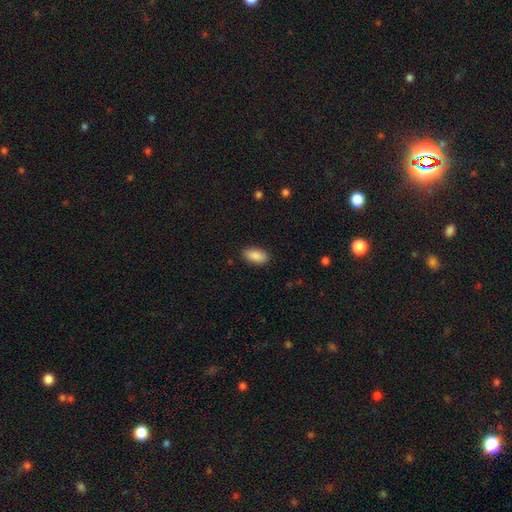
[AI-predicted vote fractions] smooth_or_featured: smooth (p=0.88) [alt: star or artifact p=0.07]
how_rounded: in between (p=0.91) [alt: cigar-shaped p=0.06]
merging: none (p=0.87) [alt: minor disturbance p=0.10]